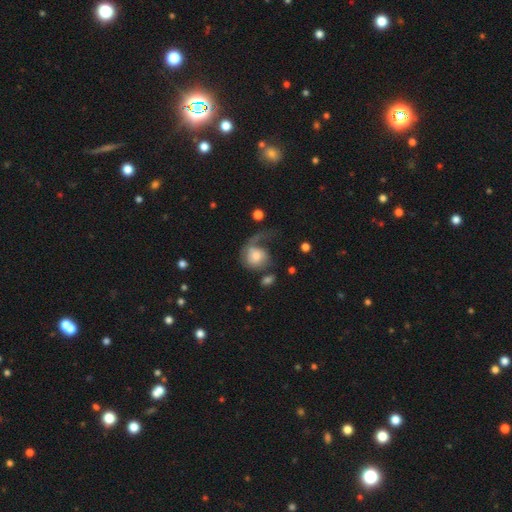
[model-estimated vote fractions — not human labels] smooth_or_featured: smooth (p=0.50) [alt: featured or disk p=0.42]
how_rounded: round (p=0.72) [alt: in between p=0.27]
merging: major disturbance (p=0.49) [alt: none p=0.26]